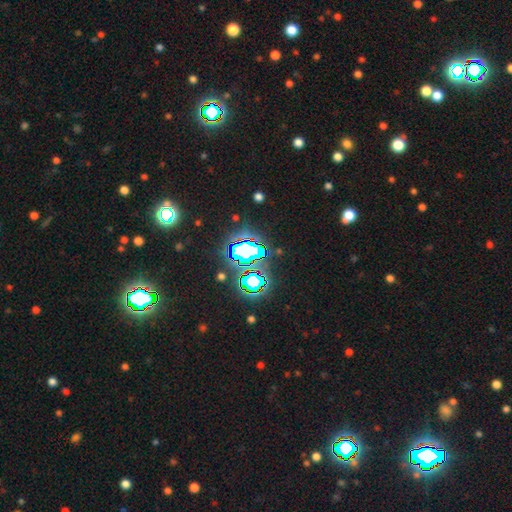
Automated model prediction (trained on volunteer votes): star or artifact 82%, smooth 11%, featured or disk 7%.